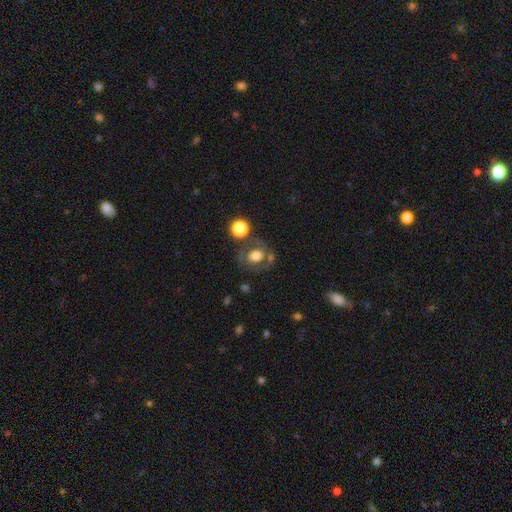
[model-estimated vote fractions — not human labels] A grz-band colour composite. It shows a smooth galaxy with no disk features (50%) that is round (61%). Merging: none (62%).